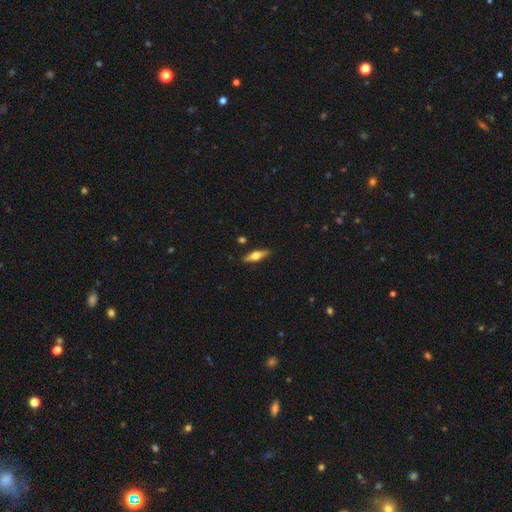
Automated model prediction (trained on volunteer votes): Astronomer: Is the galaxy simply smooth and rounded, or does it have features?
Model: featured or disk — 57% (runner-up: smooth, 37%).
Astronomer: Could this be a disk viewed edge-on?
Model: yes — 95%.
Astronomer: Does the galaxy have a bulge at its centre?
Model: rounded — 93%.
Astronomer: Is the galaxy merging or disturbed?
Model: none — 89%.